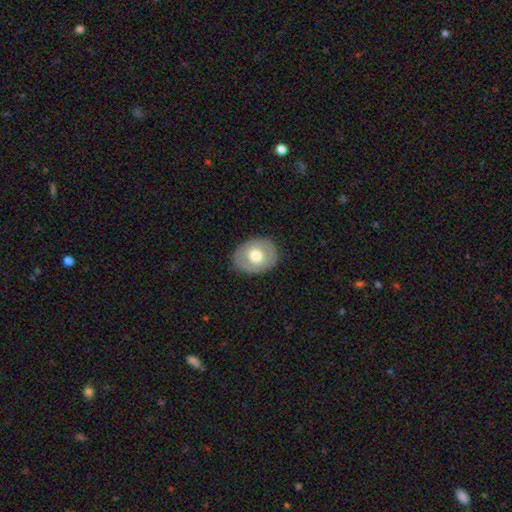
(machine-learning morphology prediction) A smooth galaxy with no disk features (61%) that is round (51%). Merging: none (85%).